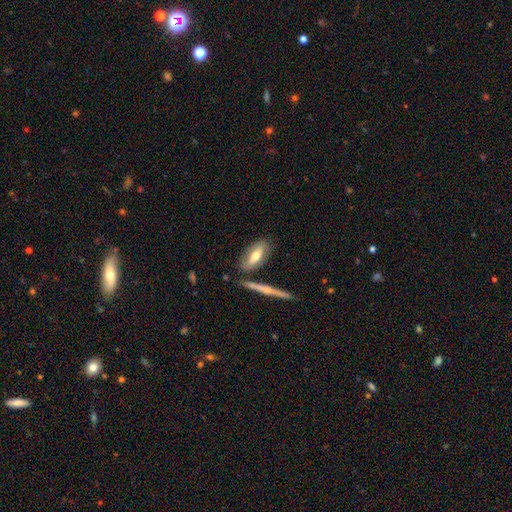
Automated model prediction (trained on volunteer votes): smooth-or-featured: smooth: 56% | featured or disk: 38% | star or artifact: 6%
  how-rounded: in between: 69% | cigar-shaped: 28% | round: 3%
  merging: none: 70% | minor disturbance: 14% | merger: 11% | major disturbance: 4%